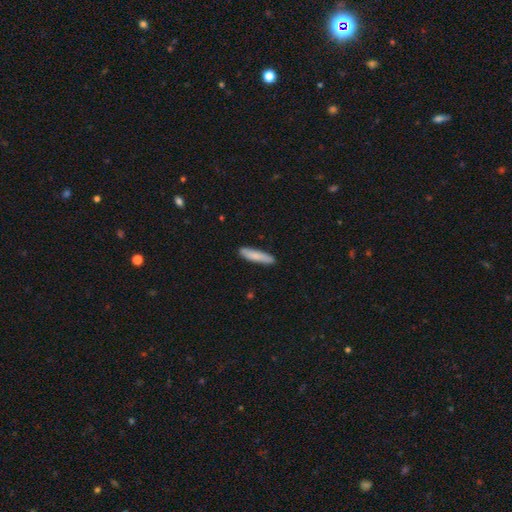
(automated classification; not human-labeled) Overall: smooth (83%). How rounded: cigar-shaped (83%). Merging: none (88%).